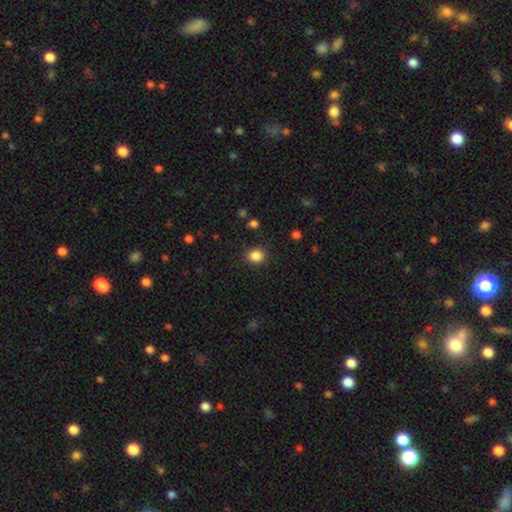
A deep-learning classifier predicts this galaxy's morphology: A smooth galaxy with no disk features (86%) that is round (78%). Merging: none (88%).